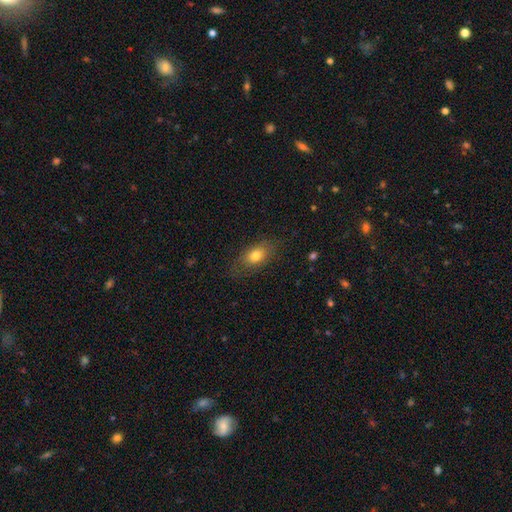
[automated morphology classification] Smooth or featured?
  - smooth: 76% *
  - featured or disk: 15%
  - star or artifact: 8%
How rounded?
  - in between: 82% *
  - round: 12%
  - cigar-shaped: 5%
Merging?
  - none: 76% *
  - minor disturbance: 17%
  - major disturbance: 6%
  - merger: 1%